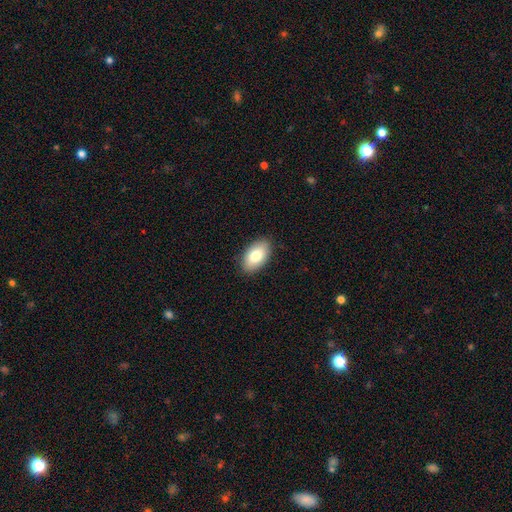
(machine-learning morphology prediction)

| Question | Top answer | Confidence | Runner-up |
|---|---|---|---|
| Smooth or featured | smooth | 80% | featured or disk (13%) |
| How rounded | in between | 94% | round (5%) |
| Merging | none | 88% | minor disturbance (9%) |